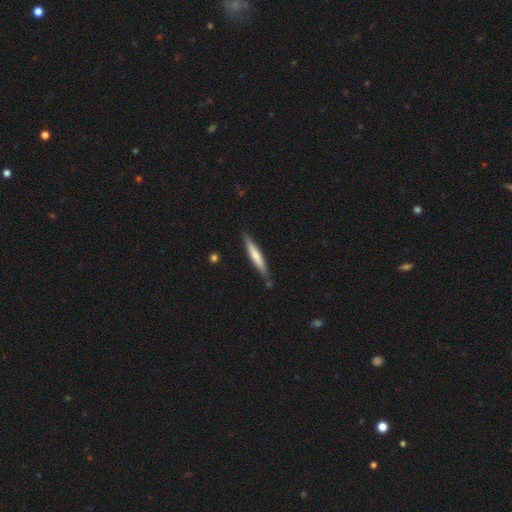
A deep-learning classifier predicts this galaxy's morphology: A smooth galaxy with no disk features (59%) that is cigar-shaped (93%). Merging: none (82%).